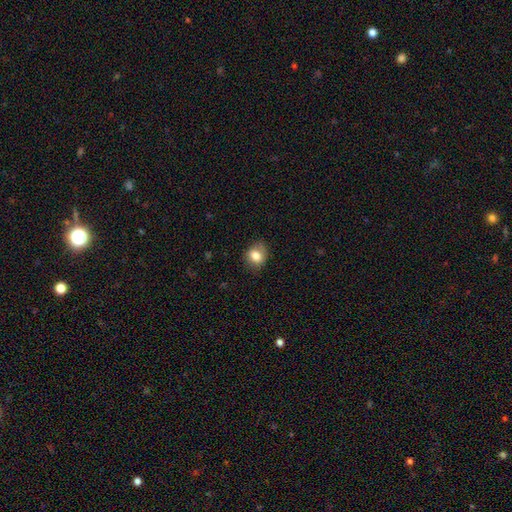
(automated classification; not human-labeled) Overall: smooth (80%). How rounded: round (60%; in between 39%). Merging: none (75%).